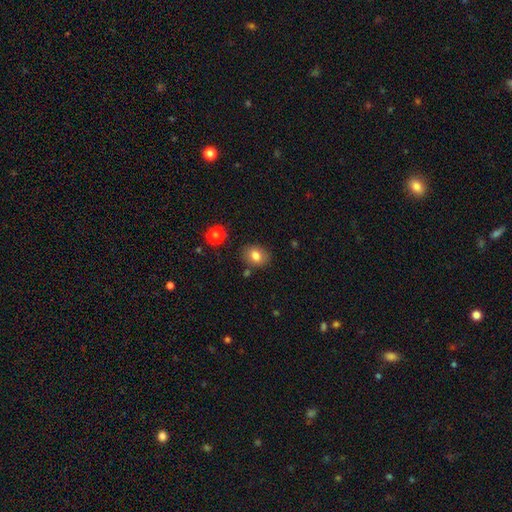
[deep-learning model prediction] Smooth or featured? Predicted: smooth (p=0.81). How rounded? Predicted: in between (p=0.52). Merging? Predicted: none (p=0.82).